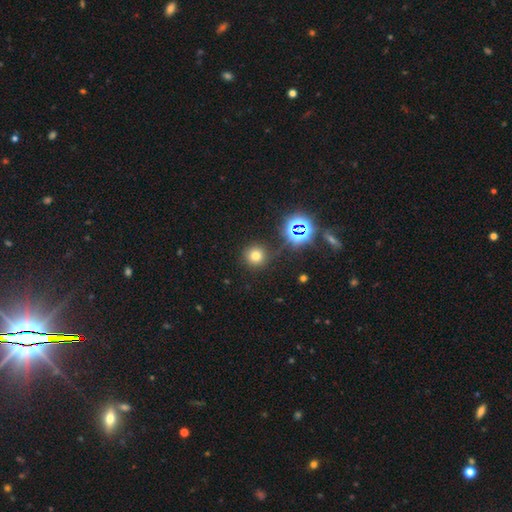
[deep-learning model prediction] Q: Smooth or featured?
A: smooth (68%); runner-up: star or artifact (24%)
Q: How rounded?
A: round (93%); runner-up: in between (6%)
Q: Merging?
A: none (84%); runner-up: minor disturbance (9%)